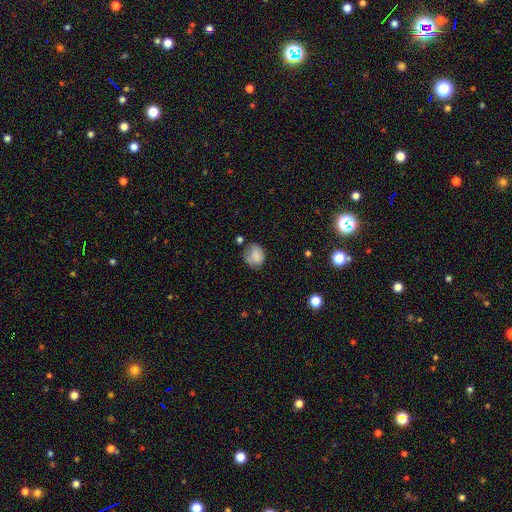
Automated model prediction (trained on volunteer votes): Morphology: type=smooth (76%); roundness=round (56%); merging=none (52%).